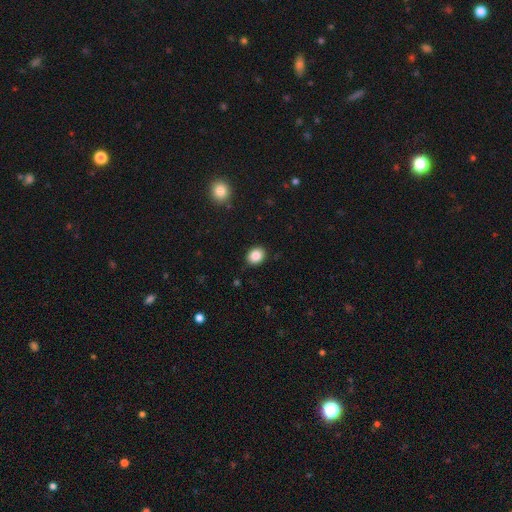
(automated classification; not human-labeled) A smooth galaxy with no disk features (87%) that is in between round and cigar-shaped (52%). Merging: none (90%).